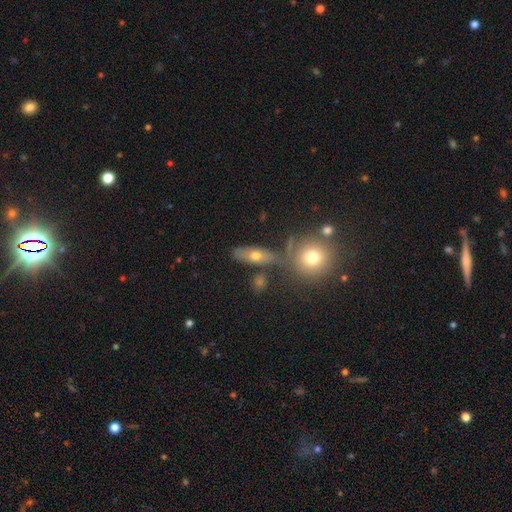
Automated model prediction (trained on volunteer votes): Smooth or featured: smooth — 56% (featured or disk — 32%)
How rounded: in between — 61% (cigar-shaped — 25%)
Merging: none — 69% (minor disturbance — 14%)